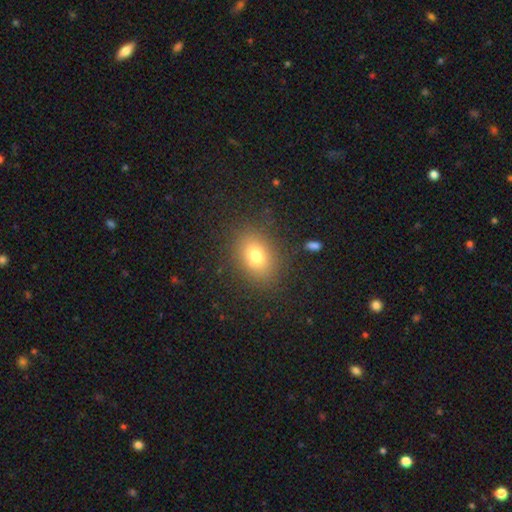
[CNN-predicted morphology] smooth_or_featured: smooth (p=0.75) [alt: star or artifact p=0.13]
how_rounded: in between (p=0.68) [alt: round p=0.31]
merging: none (p=0.84) [alt: minor disturbance p=0.10]